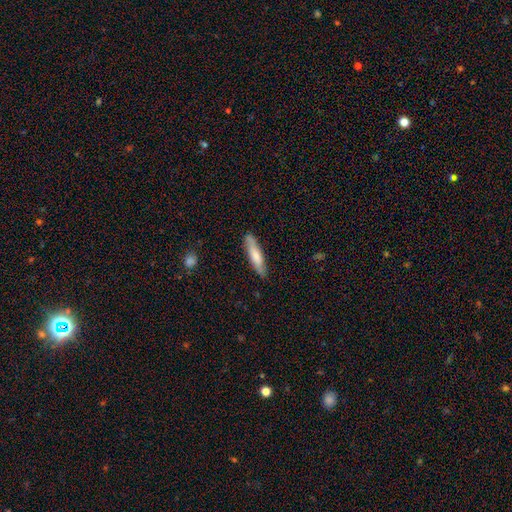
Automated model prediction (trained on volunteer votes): Smooth or featured?
  - smooth: 67% *
  - featured or disk: 28%
  - star or artifact: 5%
How rounded?
  - cigar-shaped: 81% *
  - in between: 18%
  - round: 1%
Merging?
  - none: 84% *
  - minor disturbance: 12%
  - major disturbance: 2%
  - merger: 1%